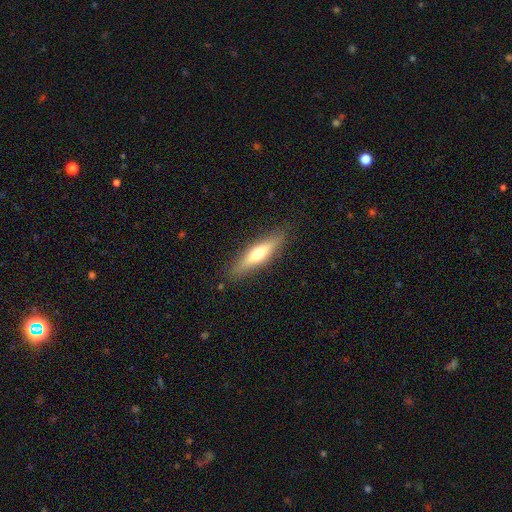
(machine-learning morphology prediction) smooth_or_featured: smooth (p=0.49) [alt: featured or disk p=0.45]
merging: none (p=0.87) [alt: minor disturbance p=0.10]